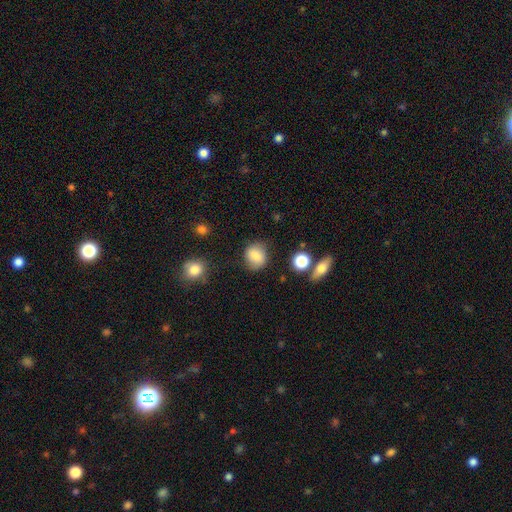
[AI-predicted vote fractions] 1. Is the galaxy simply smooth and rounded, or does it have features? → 80% smooth, 10% featured or disk, 10% star or artifact.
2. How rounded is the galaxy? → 66% round, 33% in between, 1% cigar-shaped.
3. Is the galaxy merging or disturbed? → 78% none, 15% minor disturbance, 4% major disturbance, 3% merger.